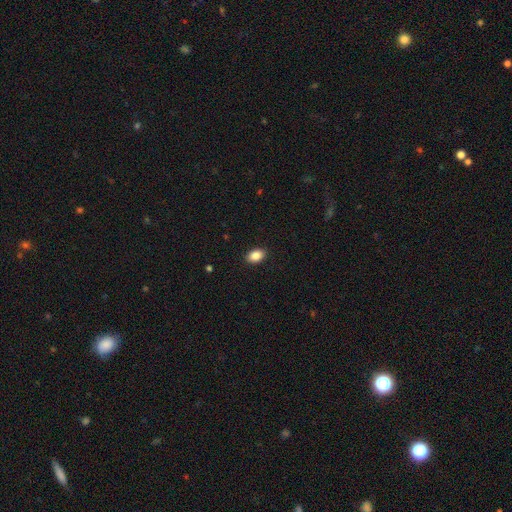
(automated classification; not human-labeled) smooth-or-featured: smooth: 87% | star or artifact: 8% | featured or disk: 5%
  how-rounded: in between: 86% | round: 13% | cigar-shaped: 1%
  merging: none: 90% | minor disturbance: 7% | major disturbance: 2% | merger: 1%